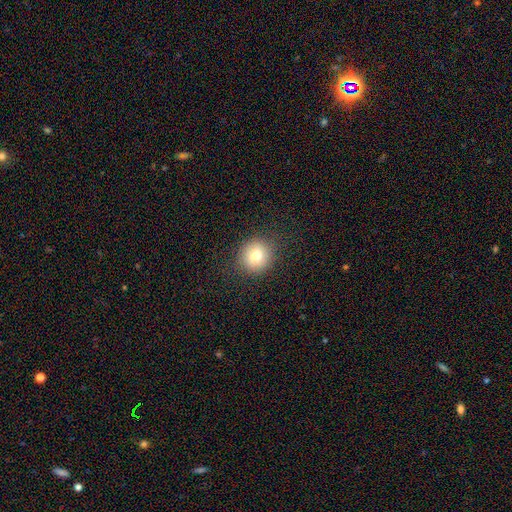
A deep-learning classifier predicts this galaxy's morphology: A smooth galaxy with no disk features (79%) that is round (86%).

Vote fractions:
- Smooth or featured? smooth: 79% / star or artifact: 11% / featured or disk: 10%
- How rounded? round: 86% / in between: 13% / cigar-shaped: 1%
- Merging? none: 87% / minor disturbance: 8% / major disturbance: 3% / merger: 1%